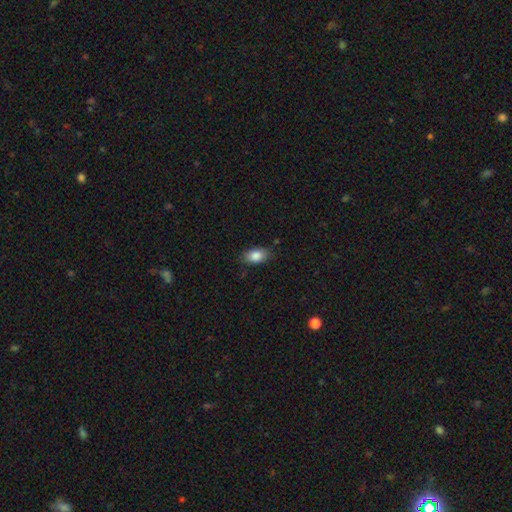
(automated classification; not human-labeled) smooth-or-featured: smooth: 86% | star or artifact: 8% | featured or disk: 6%
  how-rounded: in between: 90% | round: 7% | cigar-shaped: 3%
  merging: none: 81% | minor disturbance: 15% | major disturbance: 3% | merger: 1%